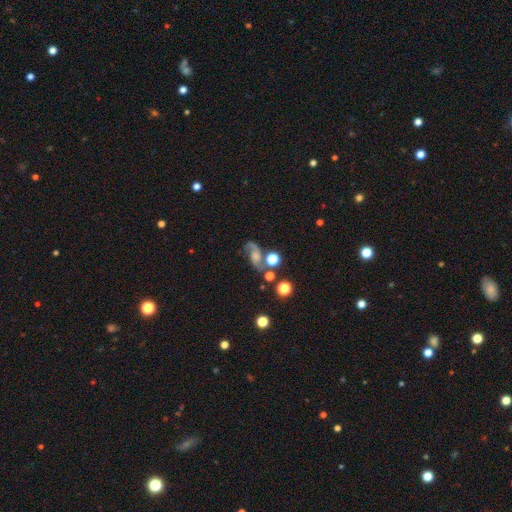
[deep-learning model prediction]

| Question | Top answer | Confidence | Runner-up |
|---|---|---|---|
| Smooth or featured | featured or disk | 67% | smooth (19%) |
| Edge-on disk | no | 95% | yes (5%) |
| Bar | no | 61% | weak (31%) |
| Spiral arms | yes | 91% | no (9%) |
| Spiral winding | loose | 63% | medium (30%) |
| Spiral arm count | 2 | 81% | 1 (12%) |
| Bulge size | small | 31% | moderate (29%) |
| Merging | none | 50% | minor disturbance (19%) |